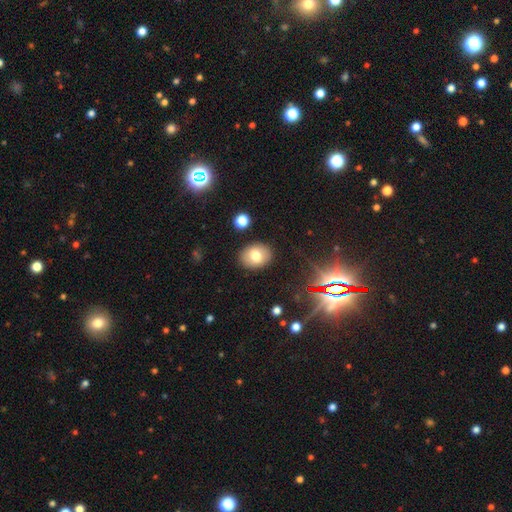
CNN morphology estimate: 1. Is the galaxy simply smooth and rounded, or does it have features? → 74% smooth, 14% featured or disk, 12% star or artifact.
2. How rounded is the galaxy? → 57% in between, 42% round, 1% cigar-shaped.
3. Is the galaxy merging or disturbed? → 88% none, 8% minor disturbance, 2% major disturbance, 2% merger.